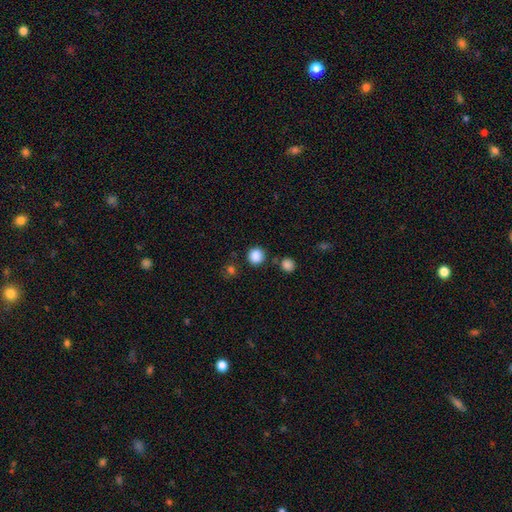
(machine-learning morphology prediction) This appears to be a smooth galaxy with no disk features (86%) that is round (90%). Merging: none (83%).